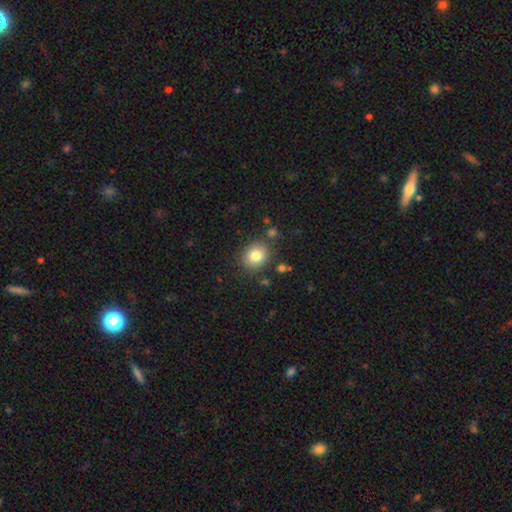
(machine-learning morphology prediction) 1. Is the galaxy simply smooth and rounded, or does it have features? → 81% smooth, 11% star or artifact, 8% featured or disk.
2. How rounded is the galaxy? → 68% round, 31% in between, 1% cigar-shaped.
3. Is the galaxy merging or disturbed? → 85% none, 9% minor disturbance, 3% merger, 3% major disturbance.